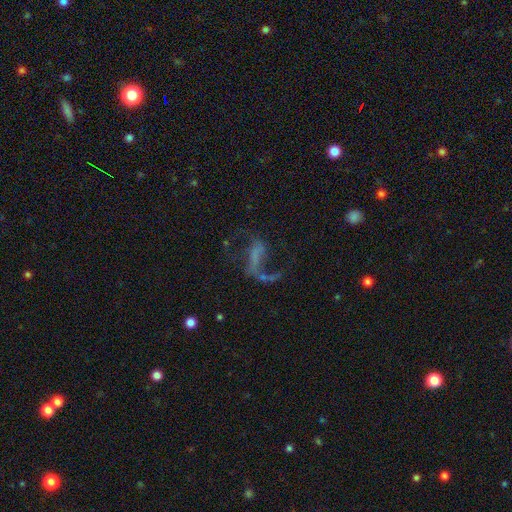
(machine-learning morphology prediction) Smooth or featured? featured or disk (69%)
Edge-on disk? no (95%)
Bar? strong (35%)
Spiral arms? yes (76%)
Bulge size? none (65%)
Merging? major disturbance (40%)